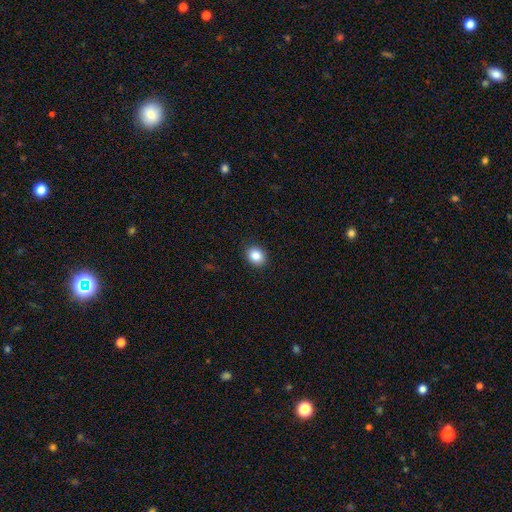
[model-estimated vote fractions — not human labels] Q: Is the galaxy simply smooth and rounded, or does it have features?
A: smooth — 85%.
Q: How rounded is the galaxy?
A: round — 57%.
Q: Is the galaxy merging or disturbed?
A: none — 91%.